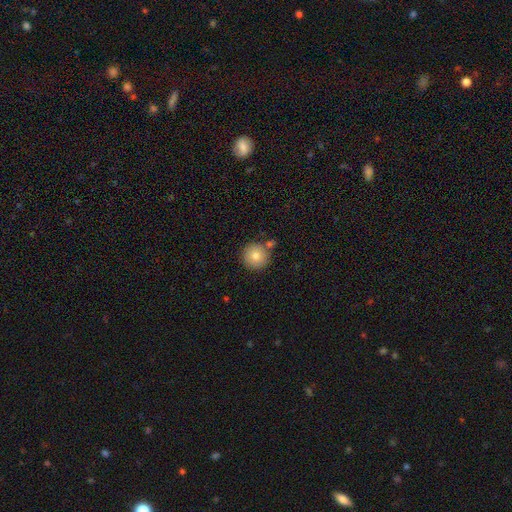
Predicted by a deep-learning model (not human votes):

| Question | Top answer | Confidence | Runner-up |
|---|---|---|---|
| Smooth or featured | smooth | 82% | featured or disk (9%) |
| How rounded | round | 96% | in between (3%) |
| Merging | none | 78% | merger (11%) |